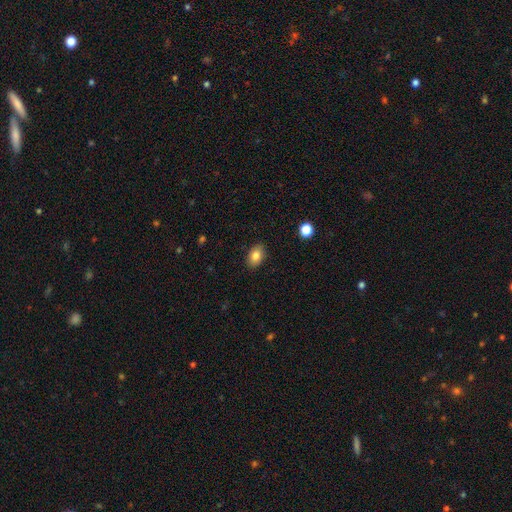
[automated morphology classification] Q: Smooth or featured?
A: smooth (83%); runner-up: star or artifact (9%)
Q: How rounded?
A: in between (84%); runner-up: round (14%)
Q: Merging?
A: none (88%); runner-up: minor disturbance (8%)